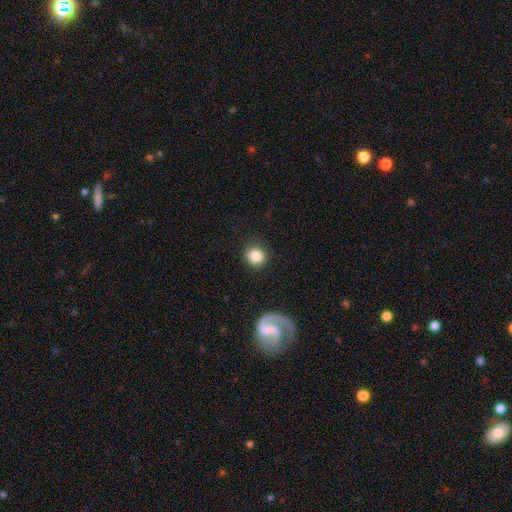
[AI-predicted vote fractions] A smooth galaxy with no disk features (82%) that is round (90%).

Vote fractions:
- Smooth or featured? smooth: 82% / featured or disk: 9% / star or artifact: 9%
- How rounded? round: 90% / in between: 9% / cigar-shaped: 1%
- Merging? none: 87% / minor disturbance: 8% / major disturbance: 3% / merger: 2%